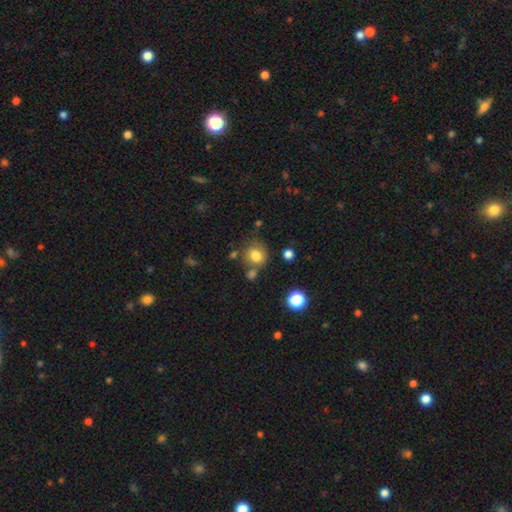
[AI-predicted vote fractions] This is likely a smooth galaxy (79%). How rounded: likely round (74%). Merging: likely none (64%).